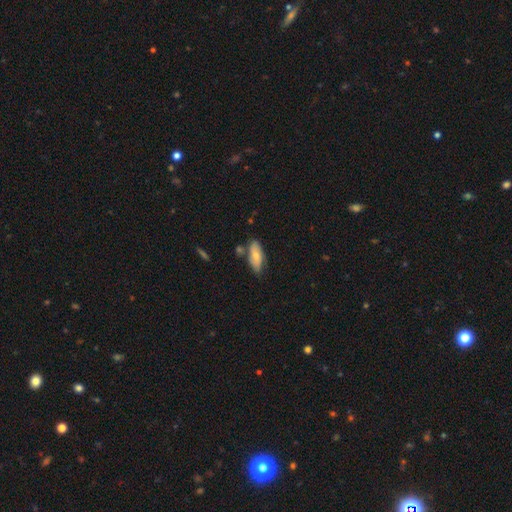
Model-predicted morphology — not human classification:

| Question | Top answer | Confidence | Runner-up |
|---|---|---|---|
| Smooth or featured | smooth | 67% | featured or disk (26%) |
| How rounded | in between | 83% | cigar-shaped (14%) |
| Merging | none | 67% | minor disturbance (21%) |